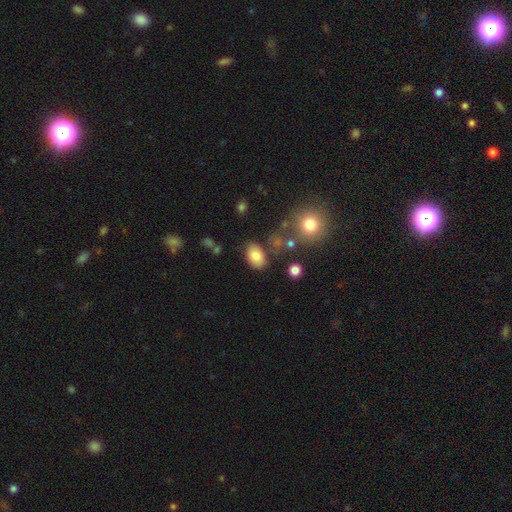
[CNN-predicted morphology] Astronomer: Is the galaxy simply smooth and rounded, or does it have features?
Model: smooth — 81%.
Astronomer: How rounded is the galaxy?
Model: in between — 88%.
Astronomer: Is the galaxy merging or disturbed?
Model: none — 78%.